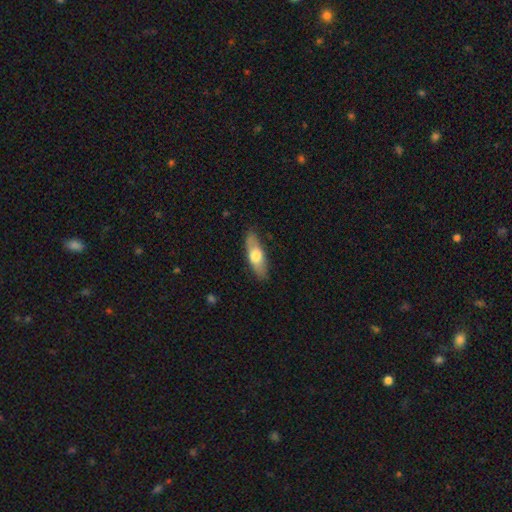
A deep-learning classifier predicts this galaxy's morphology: Q: Smooth or featured?
A: smooth (58%); runner-up: featured or disk (36%)
Q: How rounded?
A: in between (54%); runner-up: cigar-shaped (43%)
Q: Merging?
A: none (86%); runner-up: minor disturbance (11%)